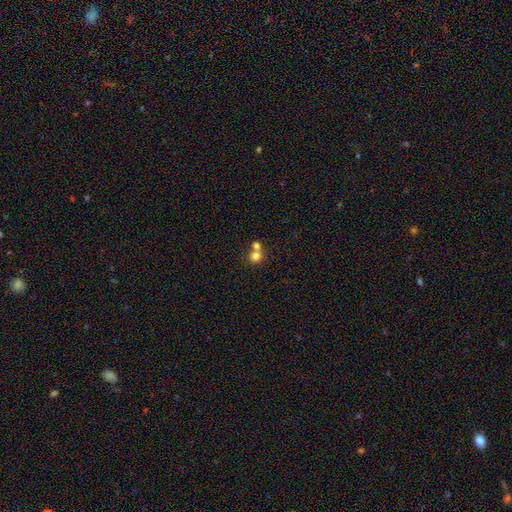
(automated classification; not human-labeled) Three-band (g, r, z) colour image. It shows a smooth galaxy with no disk features (78%) that is round (87%). Merging: merger (48%).